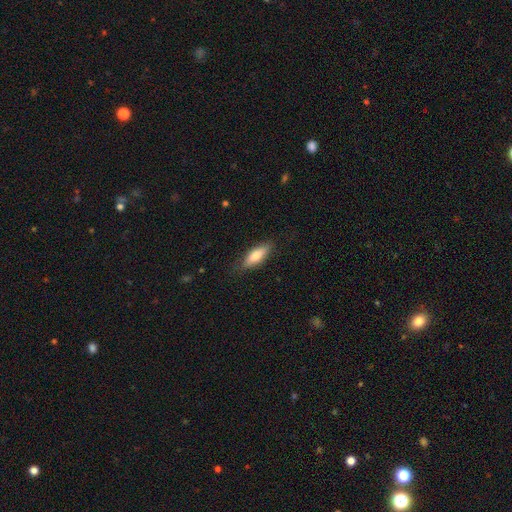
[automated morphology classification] Overall: smooth (73%). How rounded: in between (59%; cigar-shaped 39%). Merging: none (83%).